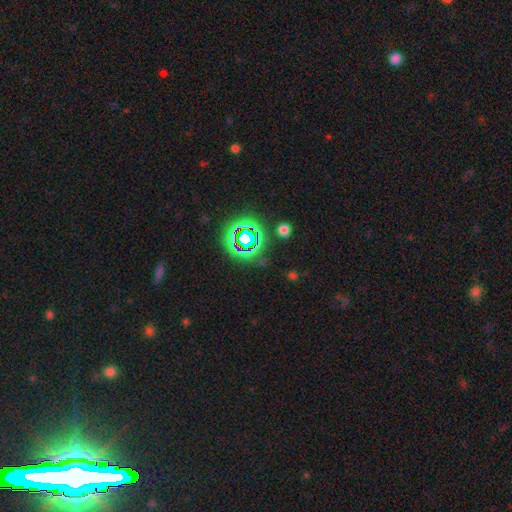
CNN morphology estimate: This appears to be a star or artifact, not a galaxy (63%).